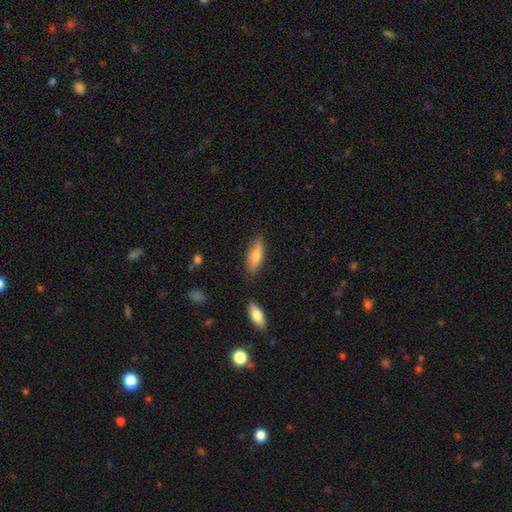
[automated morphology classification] Smooth or featured? Predicted: smooth (p=0.69). How rounded? Predicted: in between (p=0.52). Merging? Predicted: none (p=0.82).